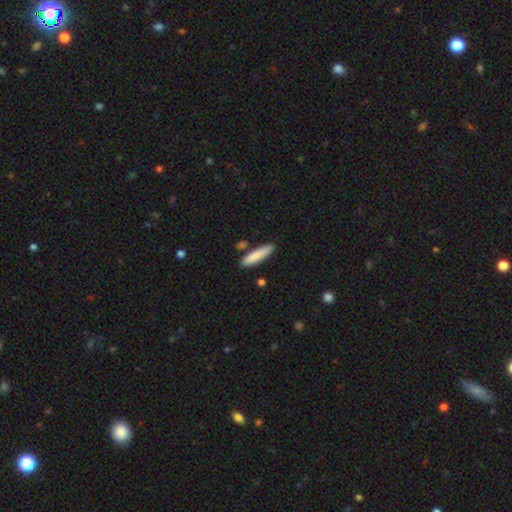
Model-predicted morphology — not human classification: A smooth galaxy with no disk features (85%) that is cigar-shaped (81%).

Vote fractions:
- Smooth or featured? smooth: 85% / featured or disk: 10% / star or artifact: 6%
- How rounded? cigar-shaped: 81% / in between: 18% / round: 1%
- Merging? none: 83% / minor disturbance: 10% / merger: 5% / major disturbance: 2%